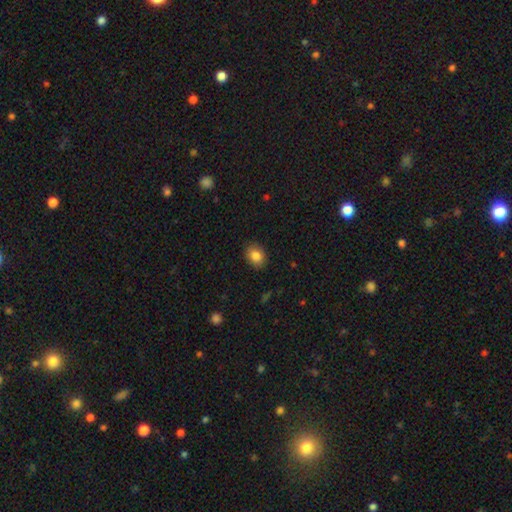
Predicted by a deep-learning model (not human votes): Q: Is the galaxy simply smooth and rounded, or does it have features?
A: smooth — 84%.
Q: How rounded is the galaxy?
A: in between — 60%.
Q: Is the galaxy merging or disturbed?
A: none — 88%.